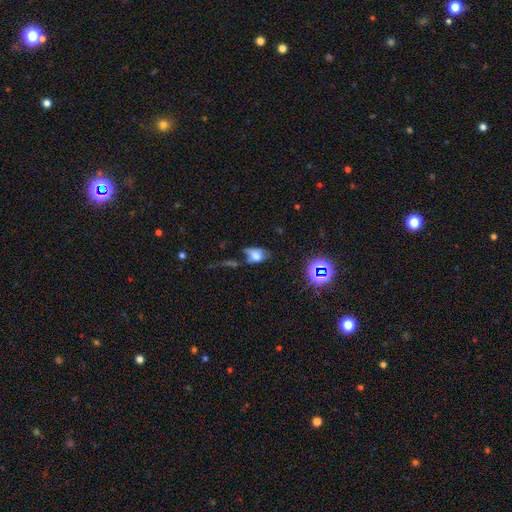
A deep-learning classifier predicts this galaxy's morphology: Smooth or featured: smooth — 54% (featured or disk — 28%)
How rounded: in between — 77% (round — 20%)
Merging: none — 31% (major disturbance — 30%)